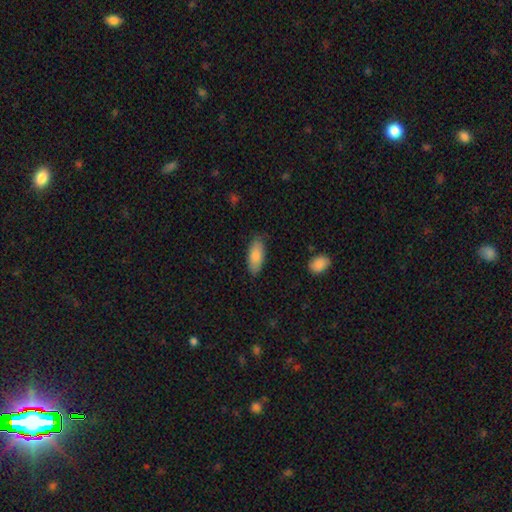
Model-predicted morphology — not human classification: smooth 85%, featured or disk 9%, star or artifact 6%. Down the decision tree: how rounded — in between (83%); merging — none (81%).